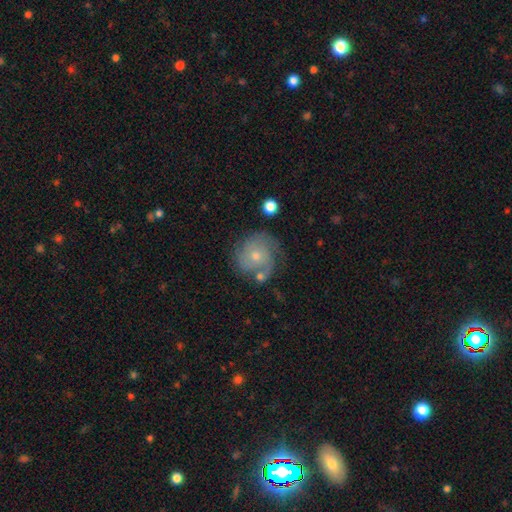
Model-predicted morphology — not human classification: Smooth or featured? Predicted: featured or disk (p=0.62). Edge-on disk? Predicted: no (p=0.97). Bar? Predicted: no (p=0.83). Spiral arms? Predicted: yes (p=0.84). Spiral winding? Predicted: tight (p=0.57). Spiral arm count? Predicted: can't tell (p=0.34). Bulge size? Predicted: small (p=0.51). Merging? Predicted: none (p=0.60).